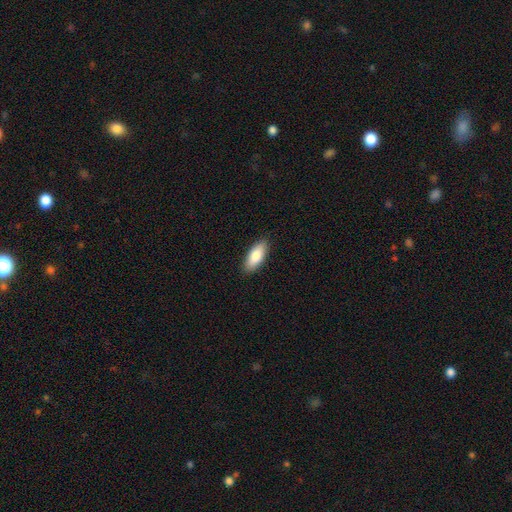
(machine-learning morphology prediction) smooth-or-featured: smooth: 83% | featured or disk: 11% | star or artifact: 6%
  how-rounded: in between: 81% | cigar-shaped: 17% | round: 2%
  merging: none: 89% | minor disturbance: 8% | major disturbance: 2% | merger: 1%